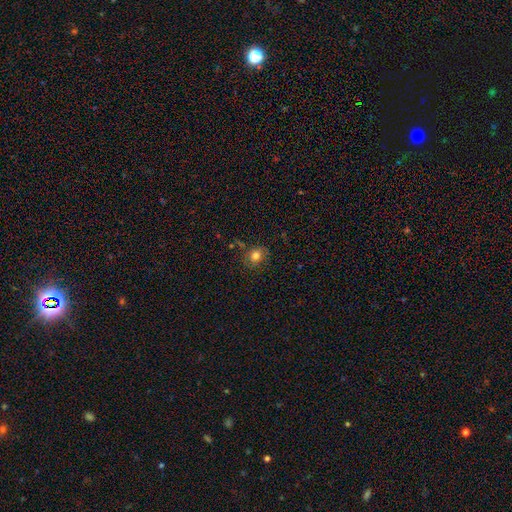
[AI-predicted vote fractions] Overall: smooth (77%). How rounded: round (66%; in between 33%). Merging: none (77%).